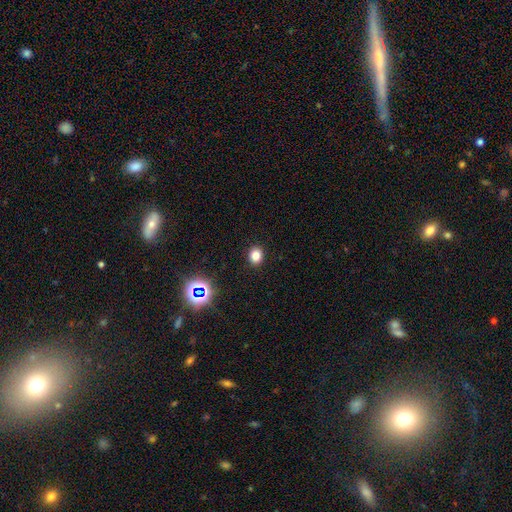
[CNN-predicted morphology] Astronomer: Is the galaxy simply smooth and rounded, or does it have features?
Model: smooth — 79%.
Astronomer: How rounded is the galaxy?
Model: round — 63%.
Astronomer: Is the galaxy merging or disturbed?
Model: none — 91%.